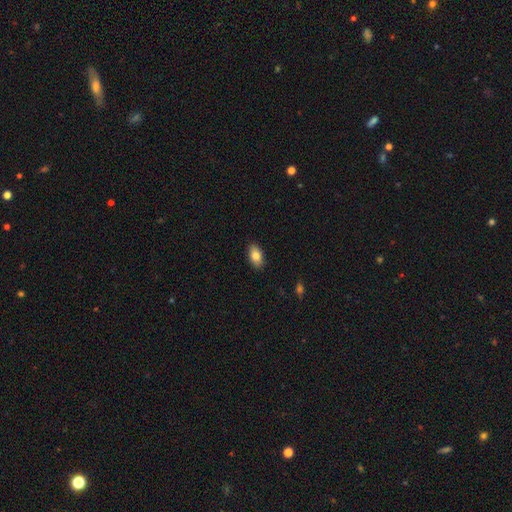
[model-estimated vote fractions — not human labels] Q: Smooth or featured?
A: smooth (82%); runner-up: featured or disk (10%)
Q: How rounded?
A: in between (91%); runner-up: round (7%)
Q: Merging?
A: none (88%); runner-up: minor disturbance (9%)